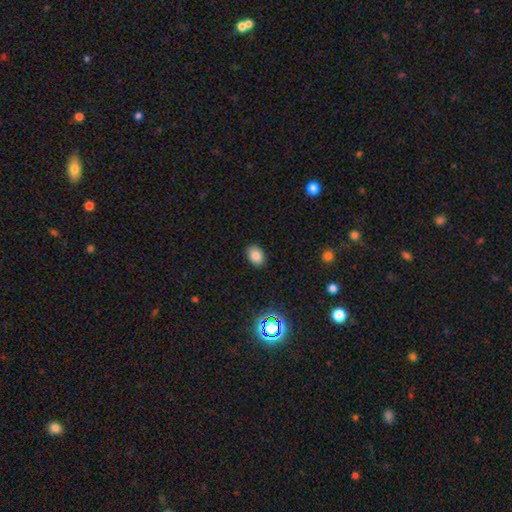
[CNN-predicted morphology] smooth_or_featured: smooth (p=0.83) [alt: star or artifact p=0.12]
how_rounded: in between (p=0.73) [alt: round p=0.26]
merging: none (p=0.87) [alt: minor disturbance p=0.09]